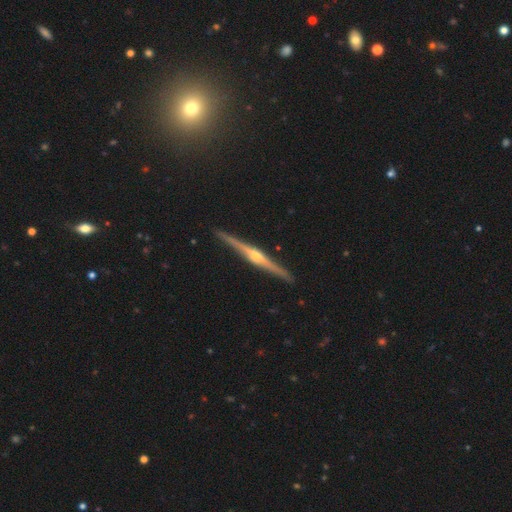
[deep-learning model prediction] featured or disk 86%, smooth 9%, star or artifact 5%. Down the decision tree: edge-on disk — yes (99%); edge-on bulge — rounded (86%); merging — none (92%).